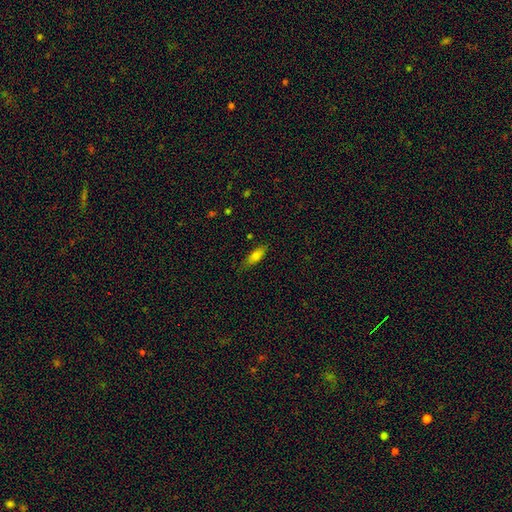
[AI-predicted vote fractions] Smooth or featured?
  - smooth: 74% *
  - featured or disk: 18%
  - star or artifact: 8%
How rounded?
  - in between: 63% *
  - cigar-shaped: 35%
  - round: 2%
Merging?
  - none: 79% *
  - minor disturbance: 17%
  - major disturbance: 3%
  - merger: 1%